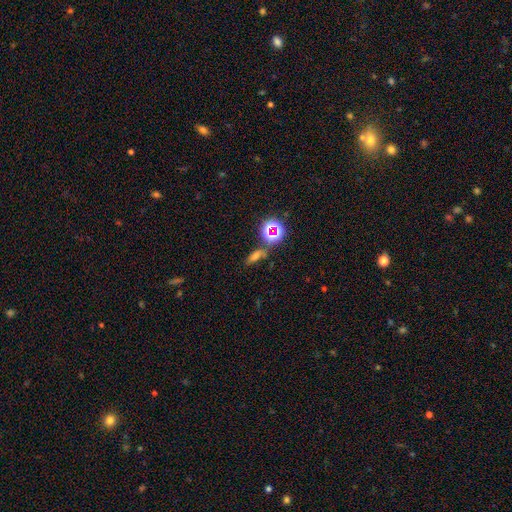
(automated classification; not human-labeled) Q: Smooth or featured?
A: smooth (56%); runner-up: star or artifact (29%)
Q: How rounded?
A: in between (55%); runner-up: cigar-shaped (31%)
Q: Merging?
A: none (67%); runner-up: minor disturbance (15%)